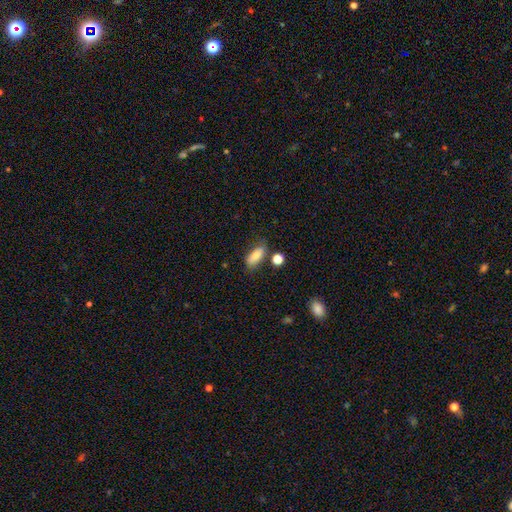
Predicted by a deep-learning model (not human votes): This appears to be a smooth galaxy with no disk features (79%) that is in between round and cigar-shaped (82%). Merging: none (68%).